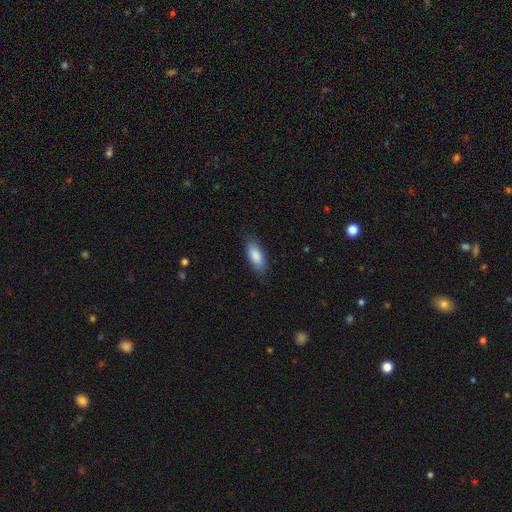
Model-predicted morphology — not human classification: A smooth galaxy with no disk features (85%) that is in between round and cigar-shaped (75%). Merging: none (83%).